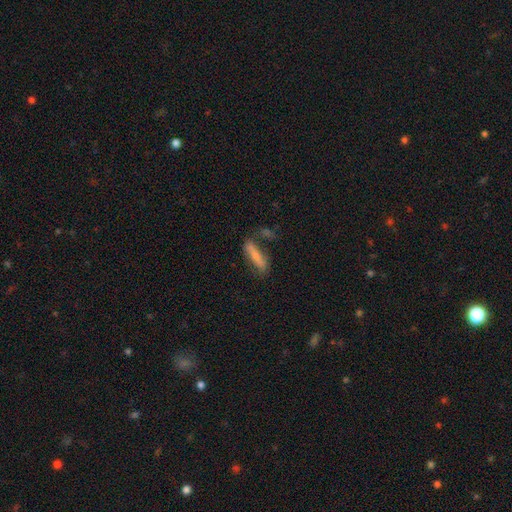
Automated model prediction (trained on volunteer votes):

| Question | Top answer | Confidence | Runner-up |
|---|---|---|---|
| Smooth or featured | smooth | 67% | featured or disk (26%) |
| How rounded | cigar-shaped | 77% | in between (21%) |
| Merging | none | 65% | minor disturbance (19%) |